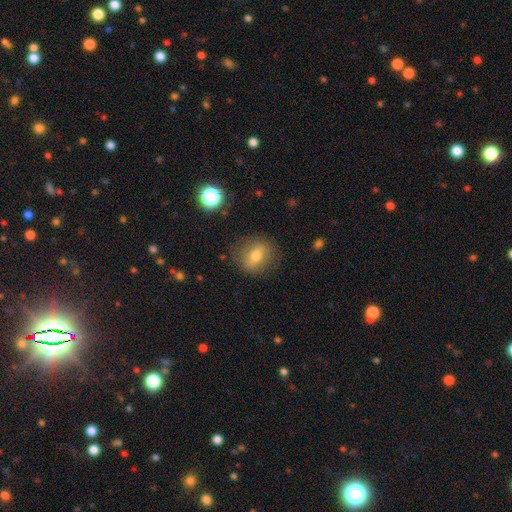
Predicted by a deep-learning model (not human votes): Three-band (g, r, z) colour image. It shows a smooth galaxy with no disk features (61%) that is round (62%). Merging: none (82%).